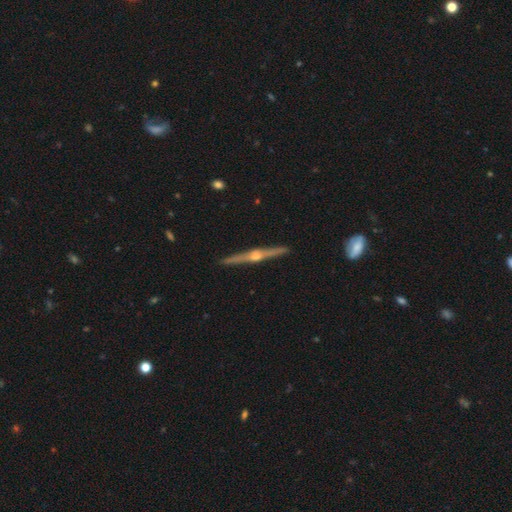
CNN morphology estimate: type=featured or disk (86%); edge-on=yes (98%); edge-on bulge=rounded (93%); merging=none (92%).